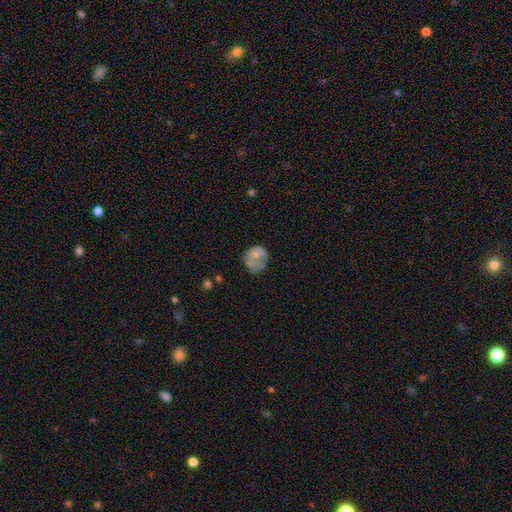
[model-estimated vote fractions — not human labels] smooth-or-featured: smooth: 54% | featured or disk: 36% | star or artifact: 9%
  how-rounded: round: 65% | in between: 34% | cigar-shaped: 1%
  merging: none: 38% | minor disturbance: 26% | major disturbance: 25% | merger: 10%